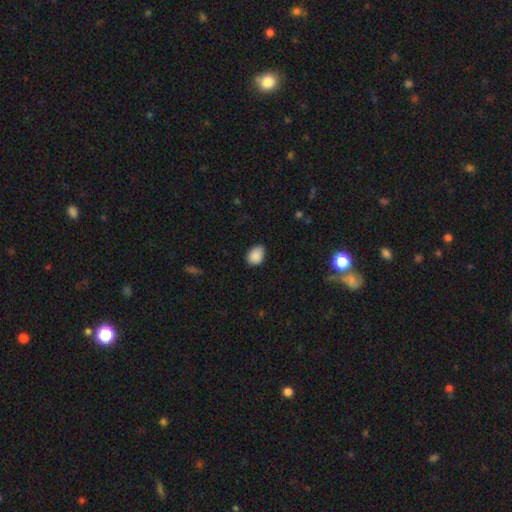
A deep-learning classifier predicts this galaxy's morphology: Smooth or featured?
  - smooth: 89% *
  - star or artifact: 8%
  - featured or disk: 3%
How rounded?
  - in between: 70% *
  - round: 29%
  - cigar-shaped: 1%
Merging?
  - none: 80% *
  - minor disturbance: 16%
  - major disturbance: 3%
  - merger: 1%